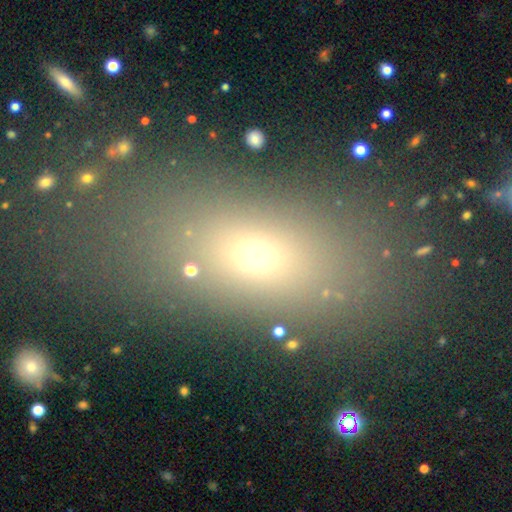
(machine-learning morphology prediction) Smooth or featured? smooth (62%)
How rounded? in between (77%)
Merging? none (74%)